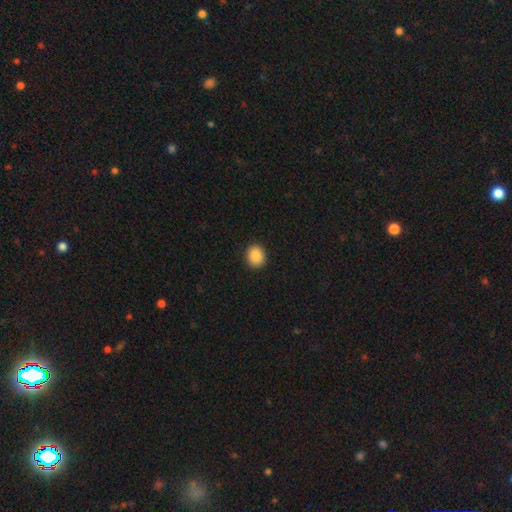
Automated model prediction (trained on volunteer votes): Smooth or featured: smooth — 88% (star or artifact — 8%)
How rounded: round — 71% (in between — 28%)
Merging: none — 92% (minor disturbance — 6%)